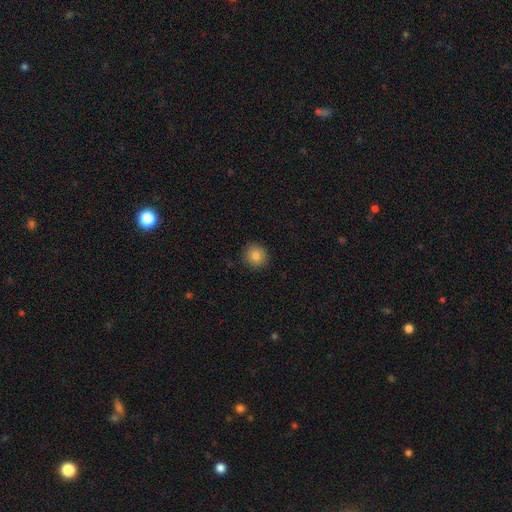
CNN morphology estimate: Smooth or featured: smooth — 83% (star or artifact — 10%)
How rounded: round — 90% (in between — 9%)
Merging: none — 89% (minor disturbance — 8%)